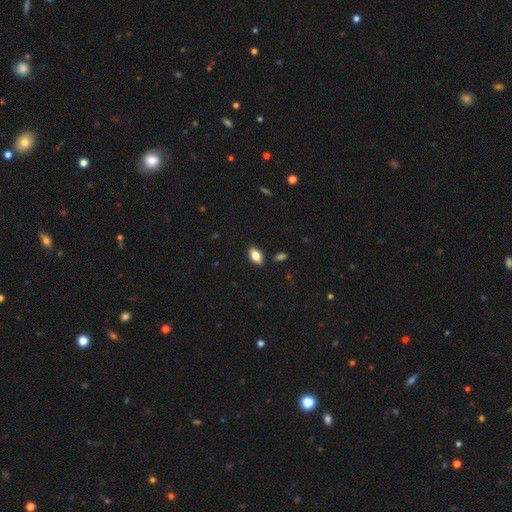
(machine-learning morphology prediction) Smooth or featured? Predicted: smooth (p=0.78). How rounded? Predicted: in between (p=0.90). Merging? Predicted: none (p=0.87).